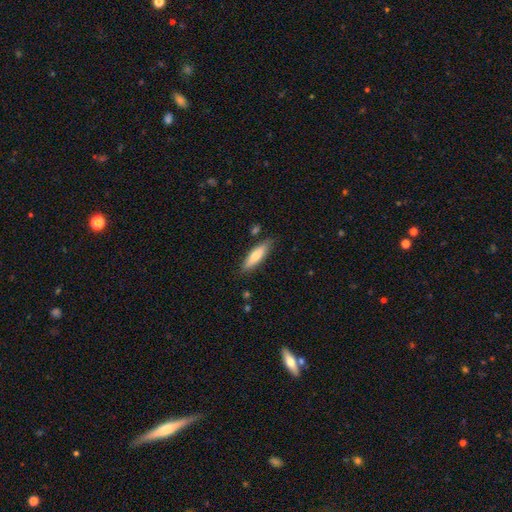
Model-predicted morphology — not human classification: Q: Smooth or featured?
A: smooth (74%); runner-up: featured or disk (20%)
Q: How rounded?
A: cigar-shaped (65%); runner-up: in between (33%)
Q: Merging?
A: none (82%); runner-up: minor disturbance (13%)